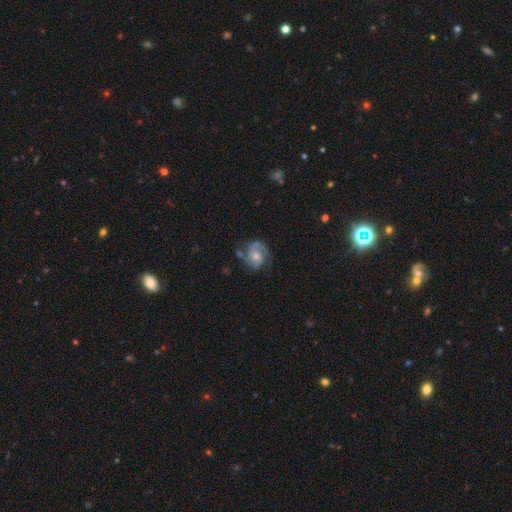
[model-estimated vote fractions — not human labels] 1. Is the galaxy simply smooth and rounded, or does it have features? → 74% featured or disk, 19% smooth, 7% star or artifact.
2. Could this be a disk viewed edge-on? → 98% no, 2% yes.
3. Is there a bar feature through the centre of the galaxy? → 66% no, 29% weak, 6% strong.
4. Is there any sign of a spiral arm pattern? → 91% yes, 9% no.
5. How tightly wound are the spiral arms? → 48% medium, 34% tight, 18% loose.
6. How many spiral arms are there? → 70% 2, 12% can't tell, 10% 3, 5% 1, 2% 4, 2% more than 4.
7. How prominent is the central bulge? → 51% moderate, 39% small, 4% large, 3% none, 1% dominant.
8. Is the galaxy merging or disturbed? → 59% none, 23% minor disturbance, 13% major disturbance, 5% merger.